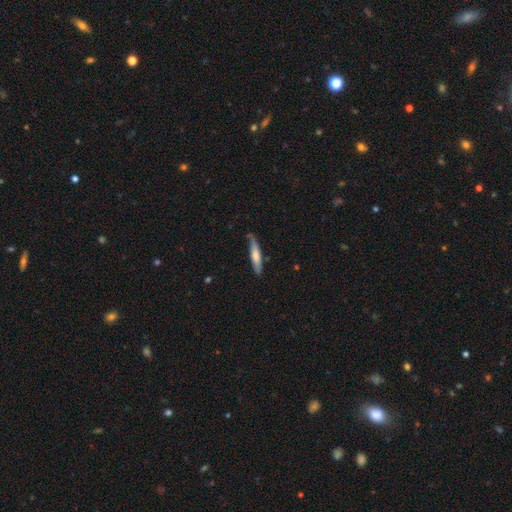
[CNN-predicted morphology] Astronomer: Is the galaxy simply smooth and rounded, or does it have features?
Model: smooth — 63%.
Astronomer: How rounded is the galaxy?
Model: cigar-shaped — 89%.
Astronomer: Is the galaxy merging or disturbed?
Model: none — 75%.